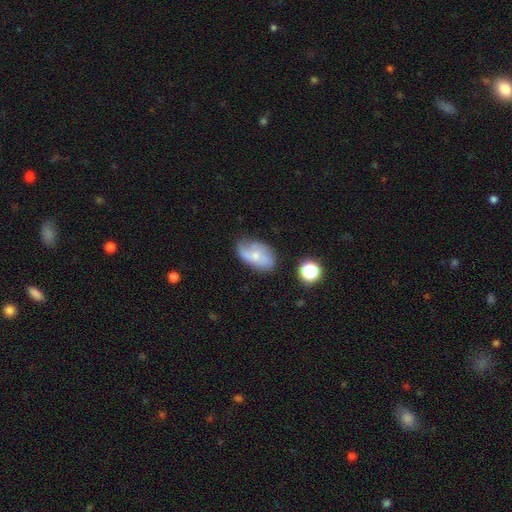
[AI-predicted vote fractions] A featured or disk galaxy (48%).

Vote fractions:
- Smooth or featured? featured or disk: 48% / smooth: 43% / star or artifact: 9%
- Merging? none: 54% / minor disturbance: 31% / major disturbance: 12% / merger: 4%